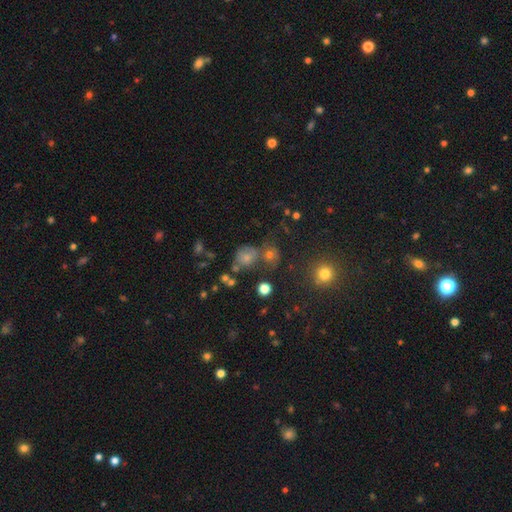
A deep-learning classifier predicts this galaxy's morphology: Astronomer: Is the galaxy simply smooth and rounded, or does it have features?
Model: star or artifact — 51% (runner-up: smooth, 32%).